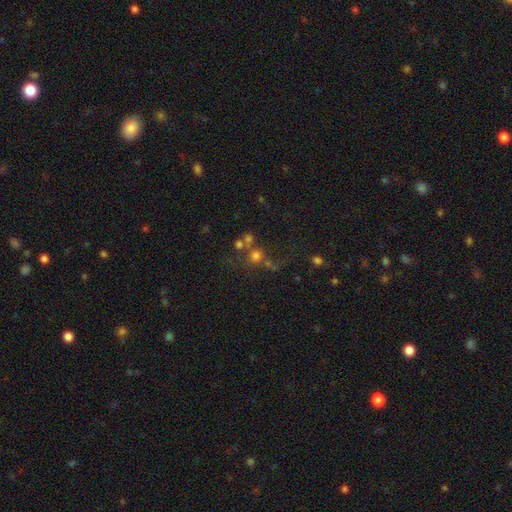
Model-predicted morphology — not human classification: This appears to be a smooth galaxy with no disk features (59%) that is round (86%). Merging: none (48%).